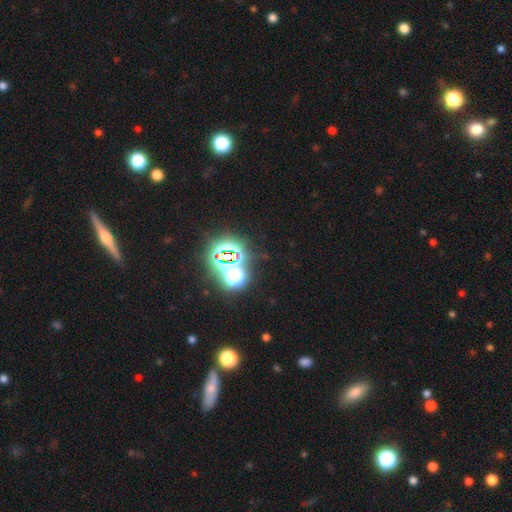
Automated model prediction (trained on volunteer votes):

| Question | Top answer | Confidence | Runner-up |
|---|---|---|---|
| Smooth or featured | star or artifact | 63% | smooth (24%) |